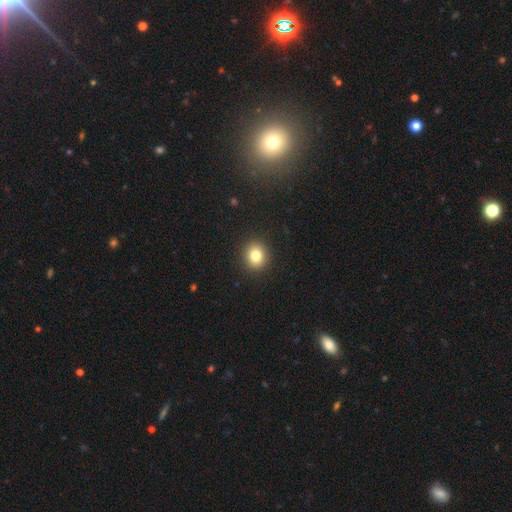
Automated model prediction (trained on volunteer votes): This is clearly a smooth galaxy (82%). How rounded: likely round (77%). Merging: clearly none (91%).